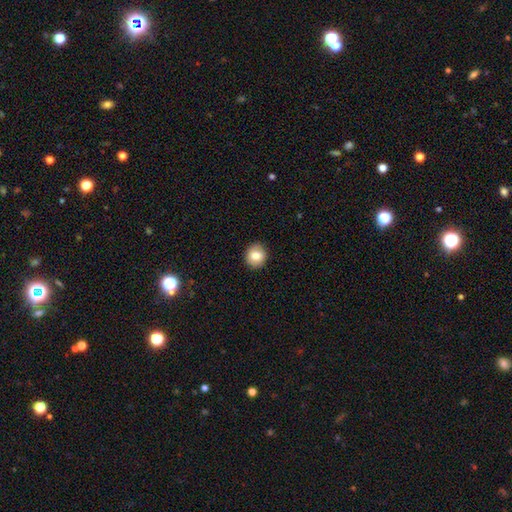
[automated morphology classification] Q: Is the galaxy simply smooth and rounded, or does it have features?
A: smooth — 81%.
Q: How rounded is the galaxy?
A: round — 81%.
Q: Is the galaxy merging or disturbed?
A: none — 89%.